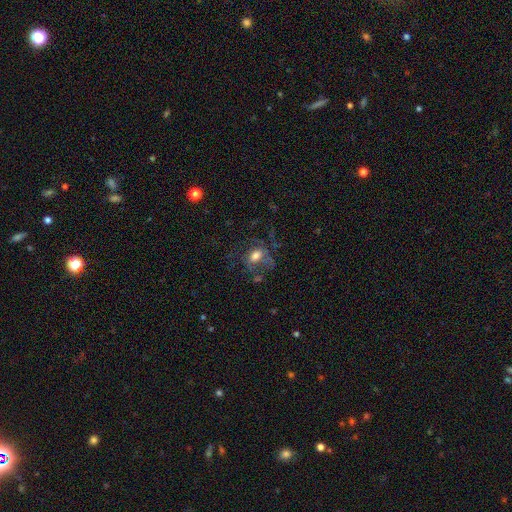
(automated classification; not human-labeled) A smooth galaxy with no disk features (46%). Merging: none (41%).